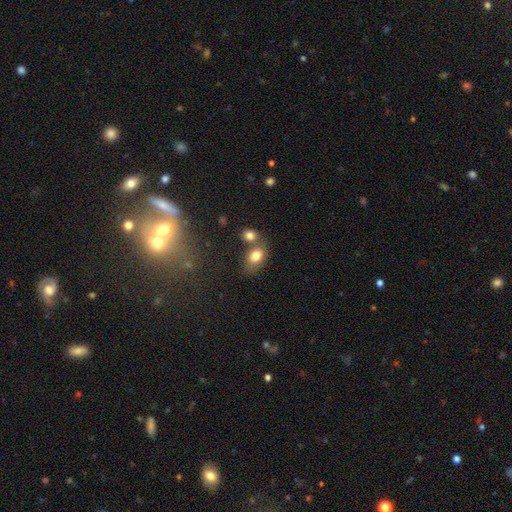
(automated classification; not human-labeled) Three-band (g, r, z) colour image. It shows a smooth galaxy with no disk features (79%) that is in between round and cigar-shaped (76%). Merging: none (48%).